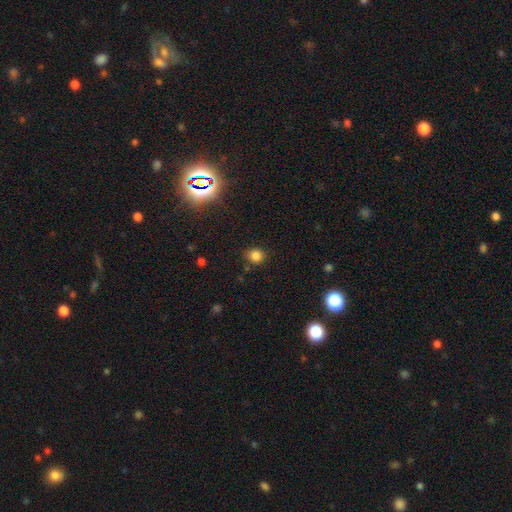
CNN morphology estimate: smooth-or-featured: smooth: 82% | star or artifact: 13% | featured or disk: 4%
  how-rounded: round: 80% | in between: 19% | cigar-shaped: 1%
  merging: none: 82% | minor disturbance: 12% | major disturbance: 3% | merger: 3%